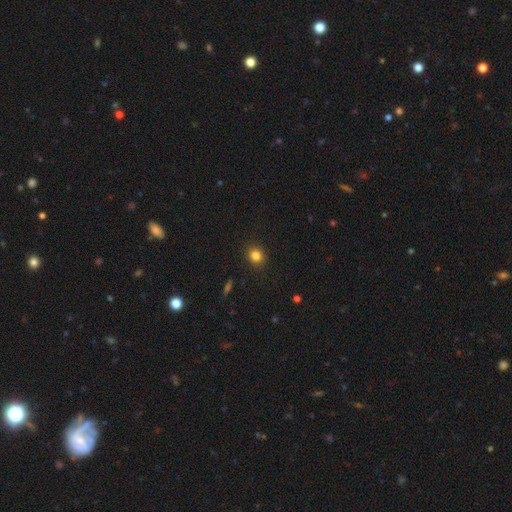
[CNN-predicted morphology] type=smooth (83%); roundness=round (75%); merging=none (91%).